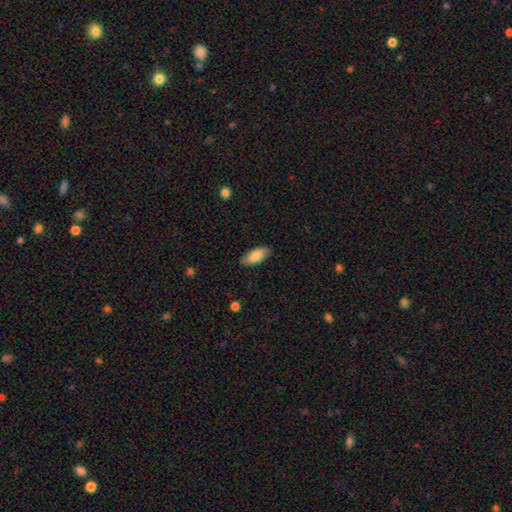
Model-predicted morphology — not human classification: A smooth galaxy with no disk features (84%) that is in between round and cigar-shaped (85%).

Vote fractions:
- Smooth or featured? smooth: 84% / featured or disk: 10% / star or artifact: 6%
- How rounded? in between: 85% / cigar-shaped: 13% / round: 2%
- Merging? none: 85% / minor disturbance: 12% / major disturbance: 2% / merger: 1%